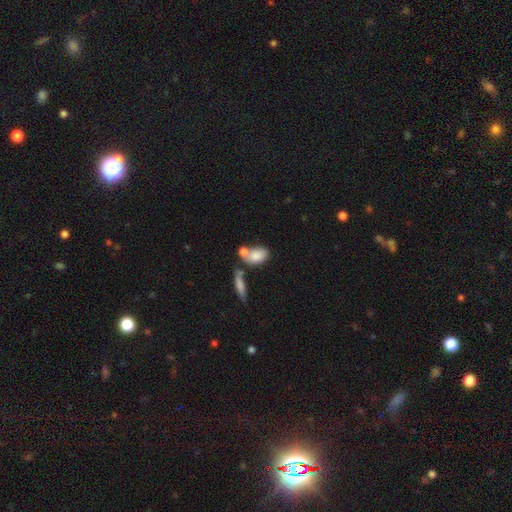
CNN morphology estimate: A smooth galaxy with no disk features (79%) that is in between round and cigar-shaped (81%).

Vote fractions:
- Smooth or featured? smooth: 79% / featured or disk: 13% / star or artifact: 8%
- How rounded? in between: 81% / round: 14% / cigar-shaped: 5%
- Merging? merger: 41% / none: 38% / minor disturbance: 14% / major disturbance: 7%